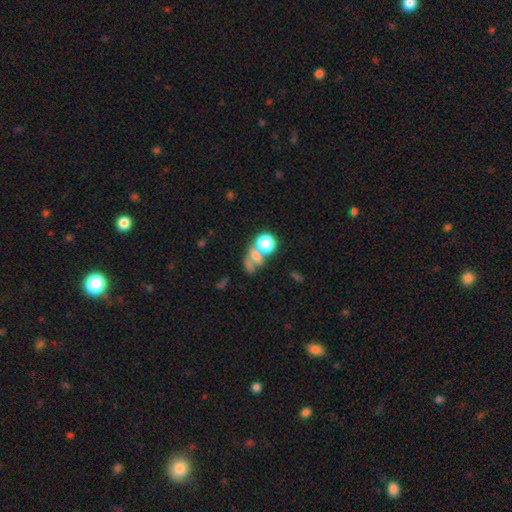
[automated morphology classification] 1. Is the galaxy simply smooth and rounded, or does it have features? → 60% smooth, 20% star or artifact, 20% featured or disk.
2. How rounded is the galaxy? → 50% round, 47% in between, 3% cigar-shaped.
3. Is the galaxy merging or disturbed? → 47% merger, 30% none, 13% major disturbance, 10% minor disturbance.